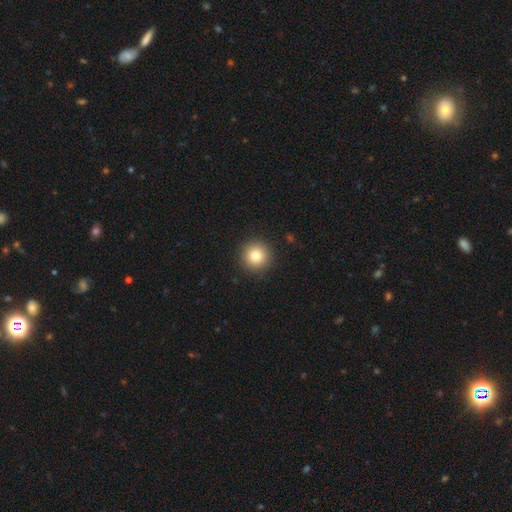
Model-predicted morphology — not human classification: This appears to be a smooth galaxy with no disk features (81%) that is round (96%). Merging: none (92%).